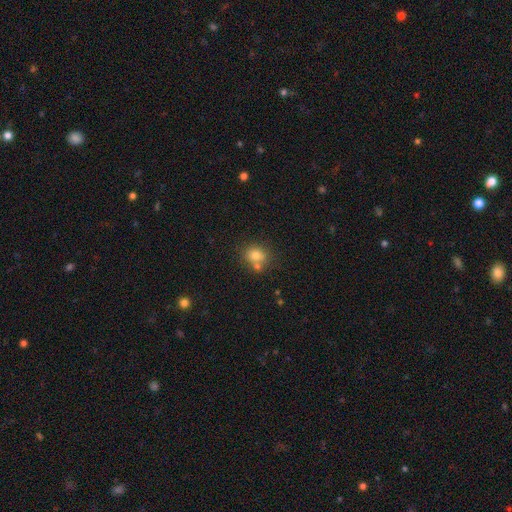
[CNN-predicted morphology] smooth 77%, star or artifact 12%, featured or disk 11%. Down the decision tree: how rounded — round (66%); merging — none (55%).